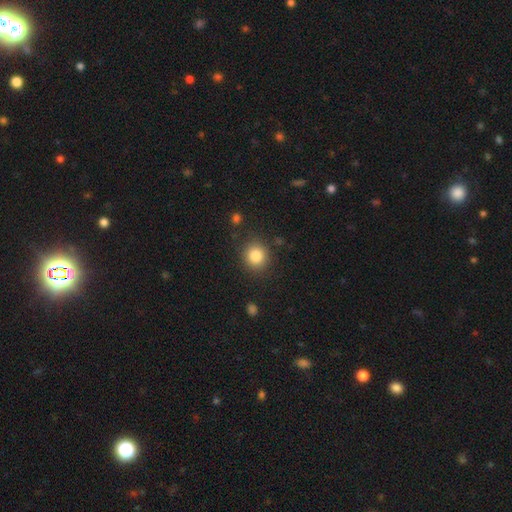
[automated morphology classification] Smooth or featured?
  - smooth: 84% *
  - star or artifact: 10%
  - featured or disk: 6%
How rounded?
  - round: 85% *
  - in between: 14%
  - cigar-shaped: 1%
Merging?
  - none: 86% *
  - minor disturbance: 9%
  - major disturbance: 3%
  - merger: 2%